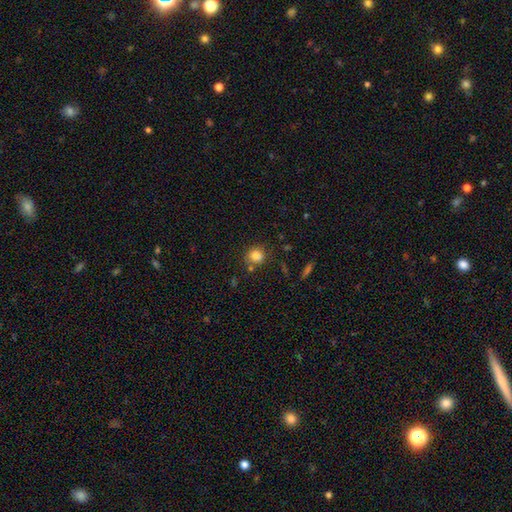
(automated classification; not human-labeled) smooth 82%, star or artifact 11%, featured or disk 7%. Down the decision tree: how rounded — round (76%); merging — none (70%).